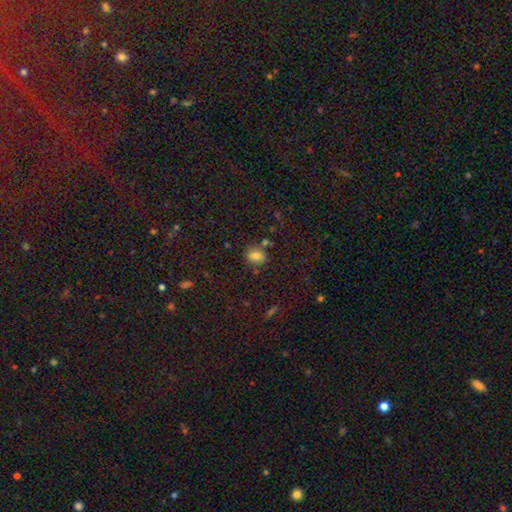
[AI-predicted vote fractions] smooth_or_featured: smooth (p=0.74) [alt: star or artifact p=0.17]
how_rounded: round (p=0.58) [alt: in between p=0.40]
merging: none (p=0.75) [alt: minor disturbance p=0.13]